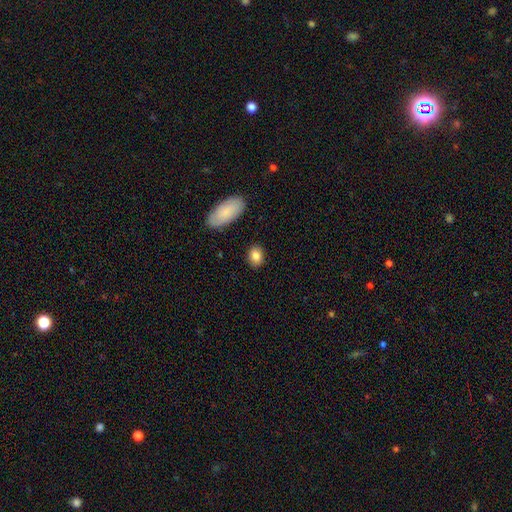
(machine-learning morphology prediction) This appears to be a smooth galaxy with no disk features (85%) that is in between round and cigar-shaped (69%). Merging: none (86%).